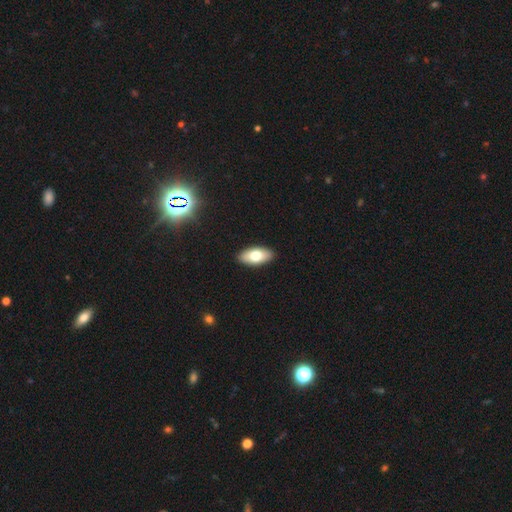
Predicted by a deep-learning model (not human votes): This appears to be a smooth galaxy with no disk features (75%) that is in between round and cigar-shaped (92%). Merging: none (90%).